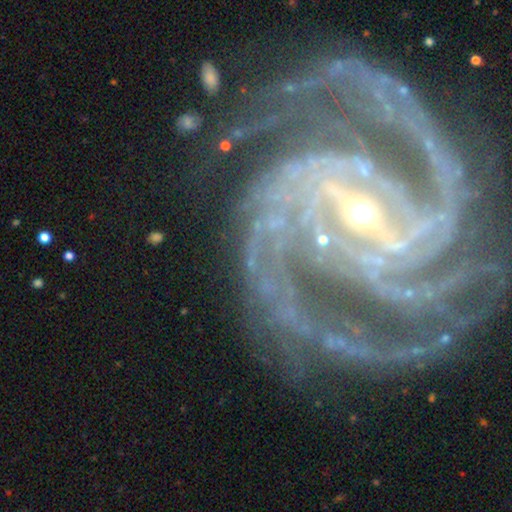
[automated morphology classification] The model was most divided on "spiral winding": tight: 48%, medium: 43%, loose: 9%. Remaining: spiral arms — yes (99%); edge-on disk — no (98%); smooth or featured — featured or disk (93%); merging — none (69%); bulge size — small (68%); bar — strong (57%); spiral arm count — 2 (29%).